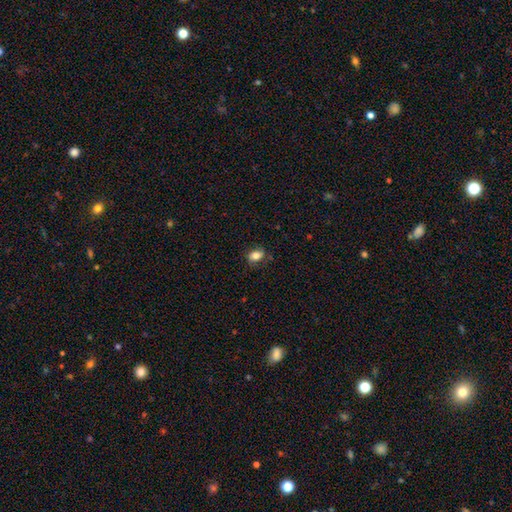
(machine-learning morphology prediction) A smooth galaxy with no disk features (80%) that is in between round and cigar-shaped (74%).

Vote fractions:
- Smooth or featured? smooth: 80% / star or artifact: 10% / featured or disk: 10%
- How rounded? in between: 74% / round: 23% / cigar-shaped: 2%
- Merging? none: 78% / minor disturbance: 17% / major disturbance: 4% / merger: 2%